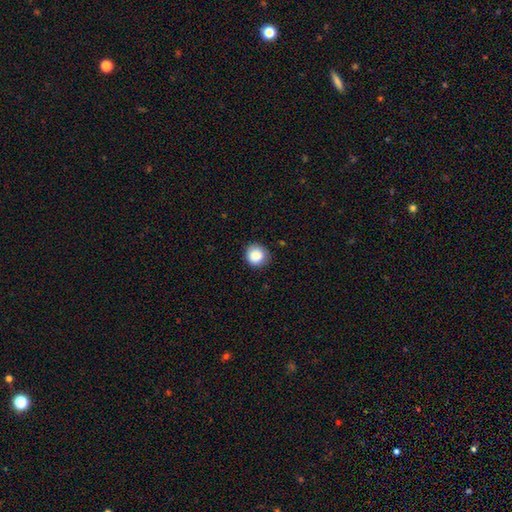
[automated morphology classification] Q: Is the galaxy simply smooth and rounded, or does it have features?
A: smooth — 88%.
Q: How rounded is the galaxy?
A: round — 91%.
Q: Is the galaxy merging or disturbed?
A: none — 83%.